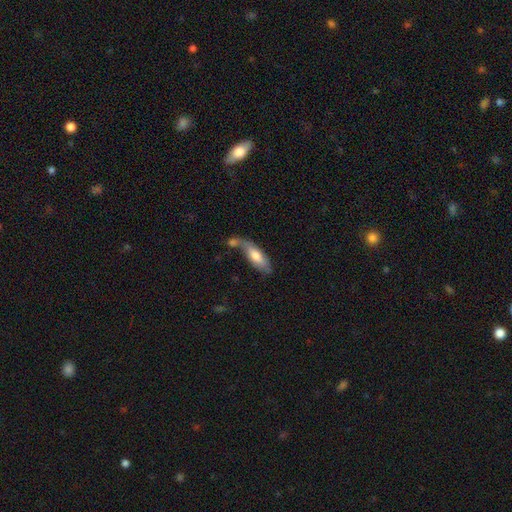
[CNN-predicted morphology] Smooth or featured? smooth (66%)
How rounded? in between (70%)
Merging? merger (36%)